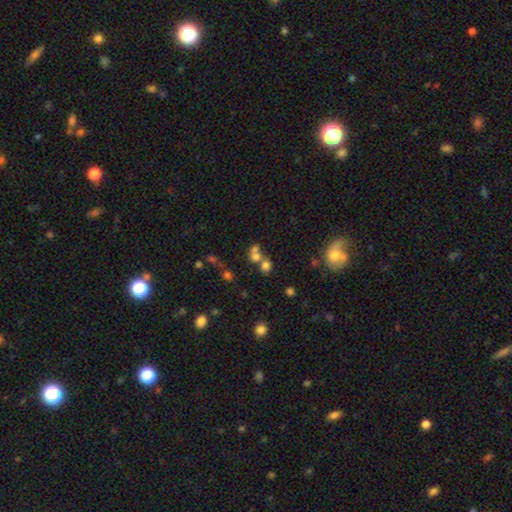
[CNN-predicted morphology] This is likely a smooth galaxy (64%). How rounded: likely round (72%). Merging: possibly merger (53%).